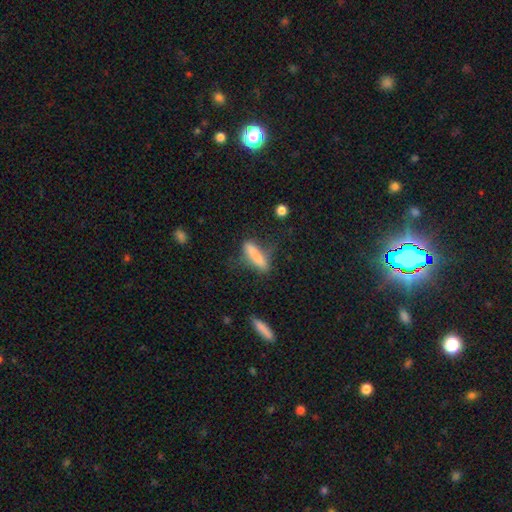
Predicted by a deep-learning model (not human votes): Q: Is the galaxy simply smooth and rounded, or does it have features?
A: smooth — 74%.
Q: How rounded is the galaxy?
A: cigar-shaped — 81%.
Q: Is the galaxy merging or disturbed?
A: none — 65%.